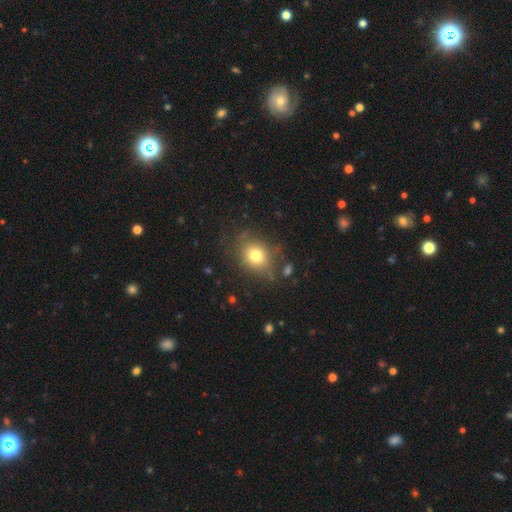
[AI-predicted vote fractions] Morphology: type=smooth (75%); roundness=round (57%); merging=none (73%).